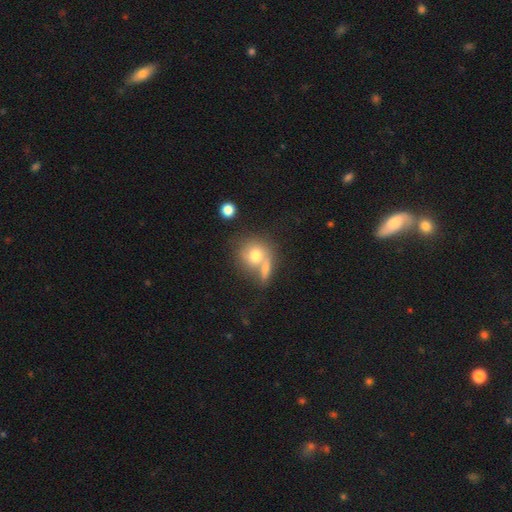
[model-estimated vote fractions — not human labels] This is likely a smooth galaxy (71%). How rounded: clearly round (81%). Merging: marginally merger (44%).